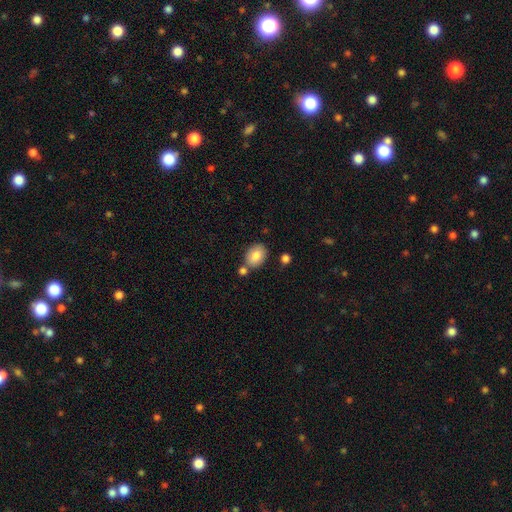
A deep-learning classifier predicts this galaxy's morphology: Overall: smooth (83%). How rounded: in between (69%; round 30%). Merging: none (70%).